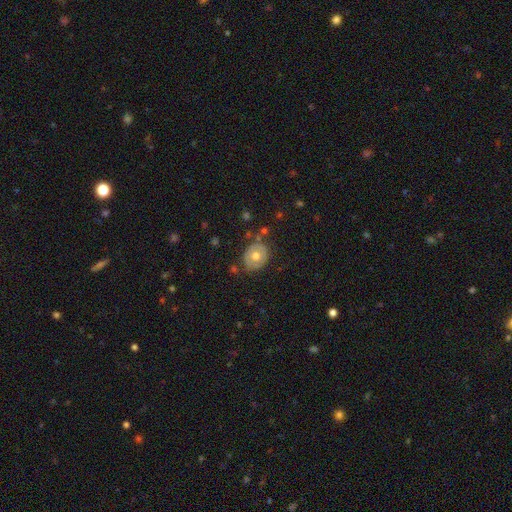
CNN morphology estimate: Smooth or featured: smooth — 54% (featured or disk — 37%)
How rounded: round — 55% (in between — 44%)
Merging: none — 74% (minor disturbance — 17%)